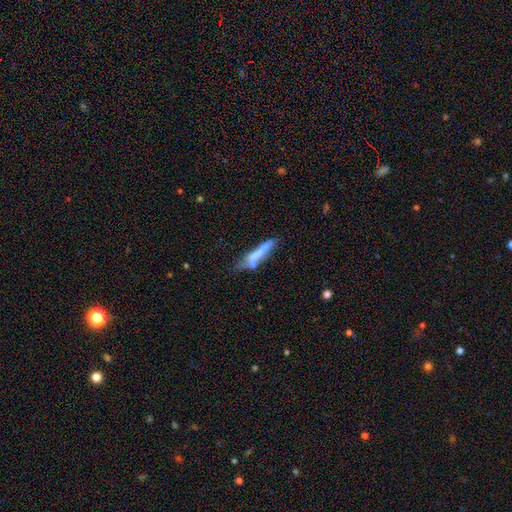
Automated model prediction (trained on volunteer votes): Smooth or featured?
  - smooth: 51% *
  - featured or disk: 39%
  - star or artifact: 9%
How rounded?
  - cigar-shaped: 78% *
  - in between: 20%
  - round: 2%
Merging?
  - none: 33% *
  - merger: 27%
  - minor disturbance: 22%
  - major disturbance: 18%